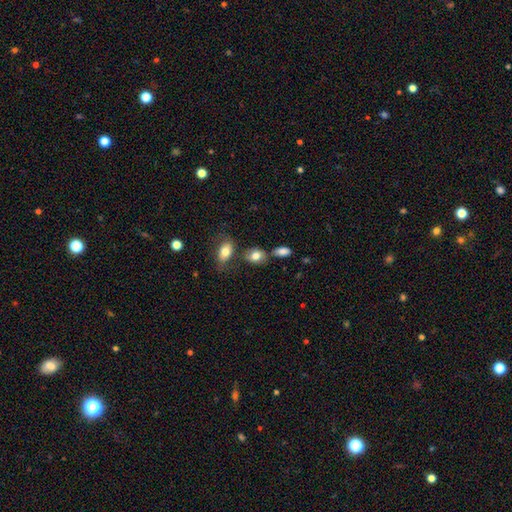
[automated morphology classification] This is clearly a smooth galaxy (81%). How rounded: likely in between (69%). Merging: likely none (60%).